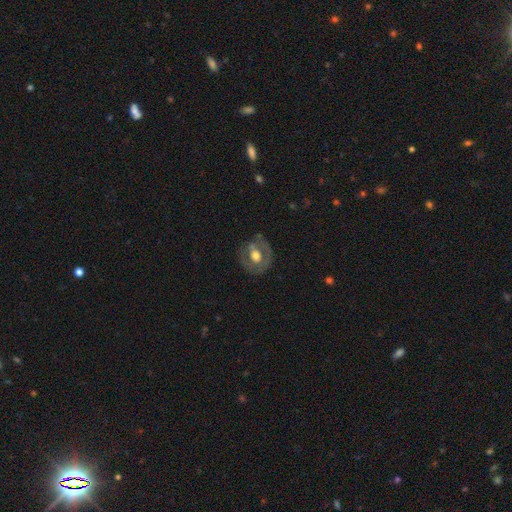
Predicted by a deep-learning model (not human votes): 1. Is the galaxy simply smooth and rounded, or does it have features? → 56% featured or disk, 38% smooth, 7% star or artifact.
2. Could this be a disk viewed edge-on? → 95% no, 5% yes.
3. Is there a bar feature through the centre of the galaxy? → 71% no, 21% weak, 7% strong.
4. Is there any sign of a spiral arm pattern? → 78% no, 22% yes.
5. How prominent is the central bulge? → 65% moderate, 25% large, 7% small, 2% dominant, 1% none.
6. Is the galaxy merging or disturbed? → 70% none, 19% minor disturbance, 8% major disturbance, 3% merger.